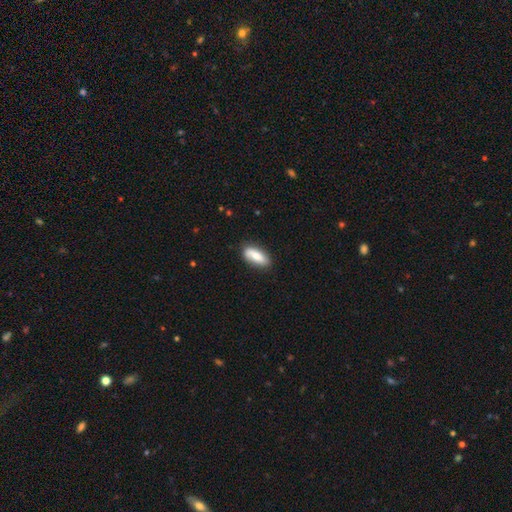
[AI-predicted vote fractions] This appears to be a smooth galaxy with no disk features (71%) that is in between round and cigar-shaped (78%). Merging: none (82%).